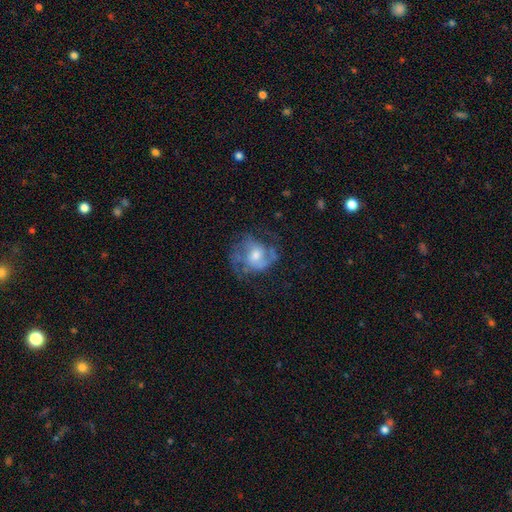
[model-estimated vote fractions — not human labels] Smooth or featured? Predicted: featured or disk (p=0.72). Edge-on disk? Predicted: no (p=0.97). Bar? Predicted: no (p=0.62). Spiral arms? Predicted: yes (p=0.84). Spiral winding? Predicted: medium (p=0.48). Spiral arm count? Predicted: 2 (p=0.51). Bulge size? Predicted: moderate (p=0.60). Merging? Predicted: none (p=0.55).